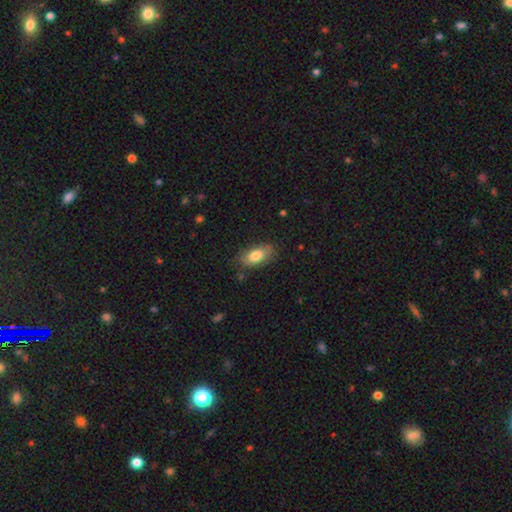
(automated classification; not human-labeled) Overall: smooth (79%). How rounded: in between (89%). Merging: none (78%).